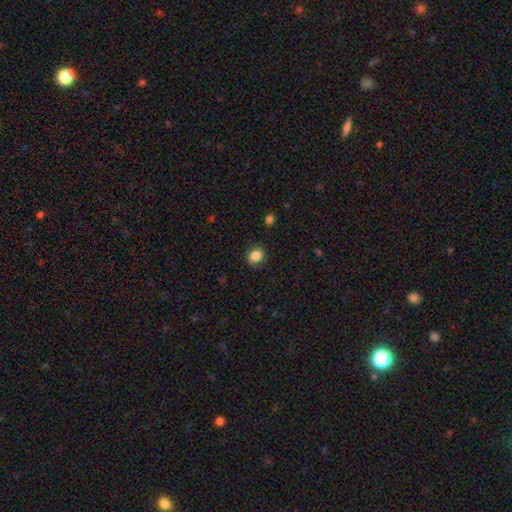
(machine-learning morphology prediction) Smooth or featured? Predicted: smooth (p=0.85). How rounded? Predicted: round (p=0.75). Merging? Predicted: none (p=0.89).